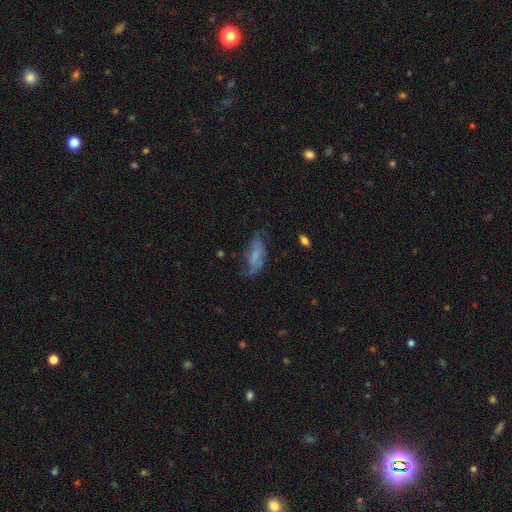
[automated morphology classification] smooth_or_featured: smooth (p=0.49) [alt: featured or disk p=0.40]
merging: none (p=0.42) [alt: minor disturbance p=0.29]